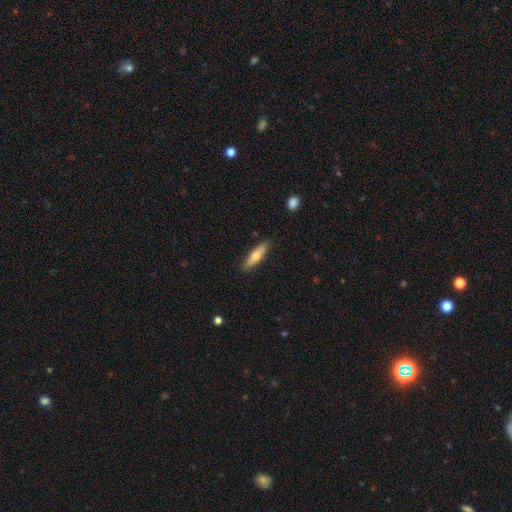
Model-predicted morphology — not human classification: A smooth galaxy with no disk features (64%) that is cigar-shaped (68%).

Vote fractions:
- Smooth or featured? smooth: 64% / featured or disk: 30% / star or artifact: 6%
- How rounded? cigar-shaped: 68% / in between: 30% / round: 2%
- Merging? none: 89% / minor disturbance: 9% / major disturbance: 2% / merger: 1%